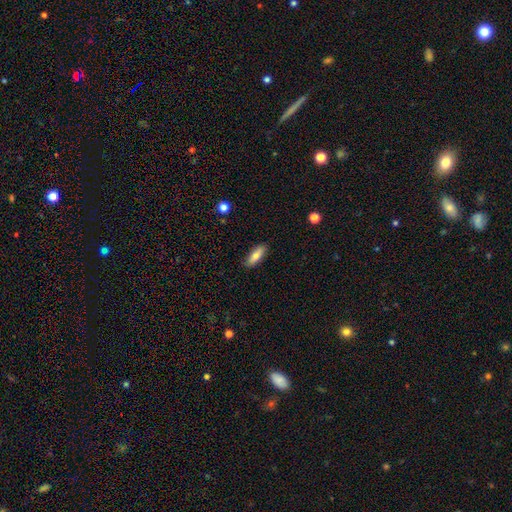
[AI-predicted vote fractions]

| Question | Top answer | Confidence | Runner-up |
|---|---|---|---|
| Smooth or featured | smooth | 78% | featured or disk (15%) |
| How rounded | in between | 63% | cigar-shaped (35%) |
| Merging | none | 87% | minor disturbance (10%) |